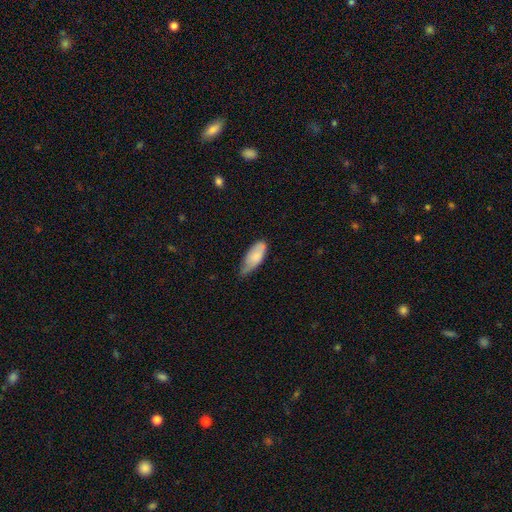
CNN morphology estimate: A smooth galaxy with no disk features (79%) that is in between round and cigar-shaped (82%).

Vote fractions:
- Smooth or featured? smooth: 79% / featured or disk: 15% / star or artifact: 6%
- How rounded? in between: 82% / cigar-shaped: 17% / round: 2%
- Merging? minor disturbance: 49% / none: 39% / major disturbance: 10% / merger: 2%